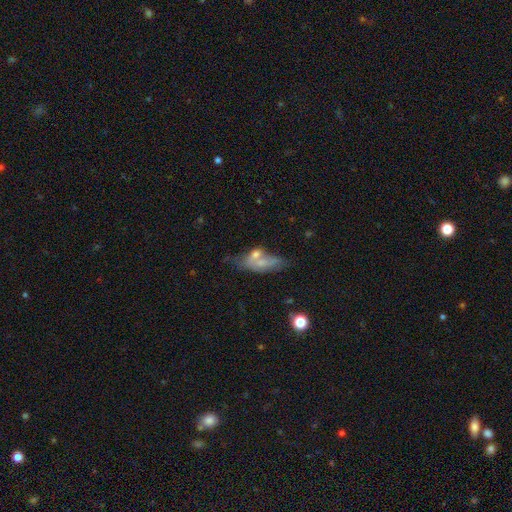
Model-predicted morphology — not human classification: Smooth or featured?
  - smooth: 46% *
  - featured or disk: 43%
  - star or artifact: 12%
Merging?
  - none: 35% *
  - merger: 29%
  - minor disturbance: 20%
  - major disturbance: 16%